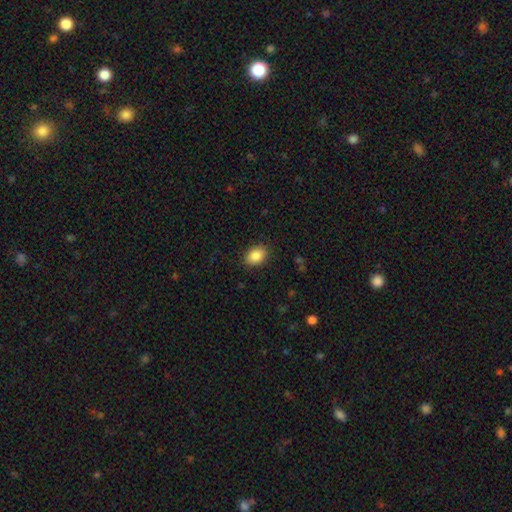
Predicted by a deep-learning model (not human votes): smooth_or_featured: smooth (p=0.88) [alt: star or artifact p=0.08]
how_rounded: in between (p=0.70) [alt: round p=0.29]
merging: none (p=0.87) [alt: minor disturbance p=0.10]